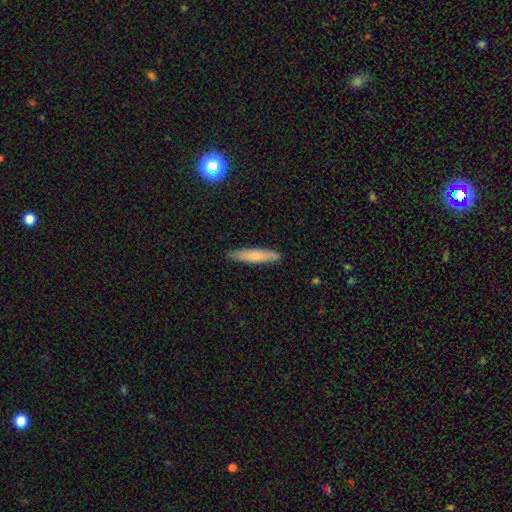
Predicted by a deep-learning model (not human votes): smooth 73%, featured or disk 21%, star or artifact 6%. Down the decision tree: how rounded — cigar-shaped (88%); merging — none (88%).